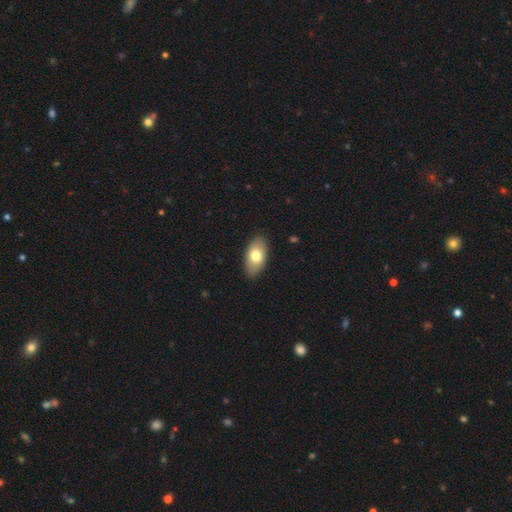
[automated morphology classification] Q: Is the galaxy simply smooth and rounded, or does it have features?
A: smooth — 74%.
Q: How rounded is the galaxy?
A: in between — 93%.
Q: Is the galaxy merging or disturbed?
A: none — 87%.